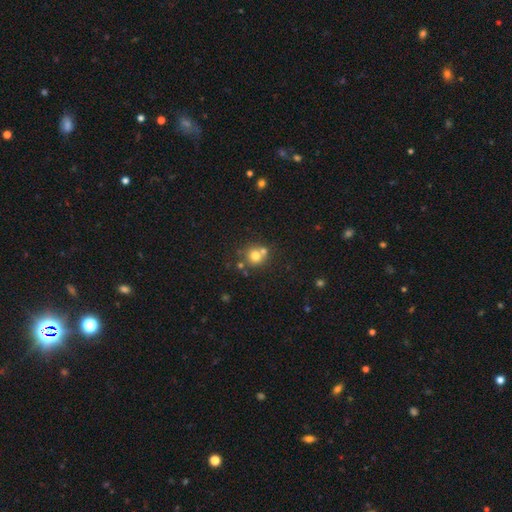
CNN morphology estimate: A smooth galaxy with no disk features (72%) that is round (88%).

Vote fractions:
- Smooth or featured? smooth: 72% / featured or disk: 14% / star or artifact: 14%
- How rounded? round: 88% / in between: 11% / cigar-shaped: 1%
- Merging? none: 55% / merger: 34% / minor disturbance: 8% / major disturbance: 3%